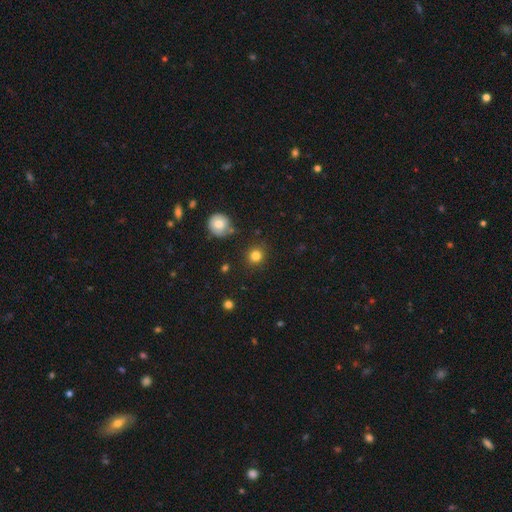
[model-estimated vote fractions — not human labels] Smooth or featured: smooth — 82% (star or artifact — 12%)
How rounded: round — 89% (in between — 10%)
Merging: none — 87% (minor disturbance — 8%)